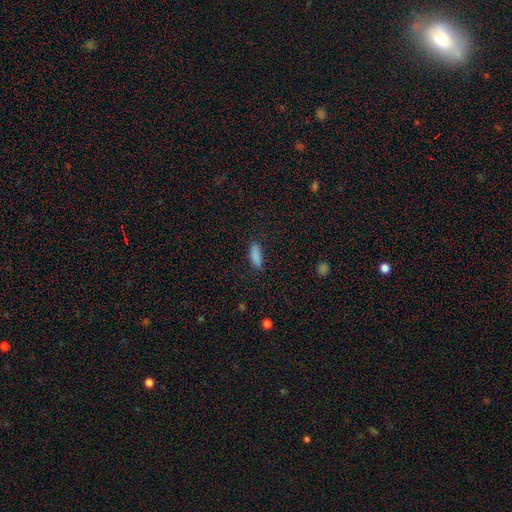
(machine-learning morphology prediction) Smooth or featured? smooth (87%)
How rounded? in between (72%)
Merging? none (81%)